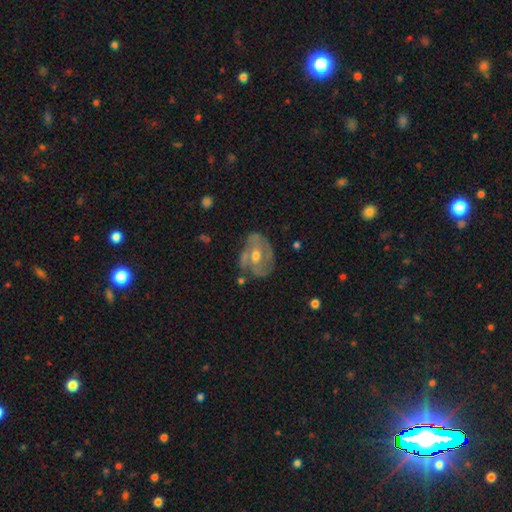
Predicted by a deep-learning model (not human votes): Overall: featured or disk (71%). Edge-on disk: no (96%). Bar: no (51%; weak 35%). Spiral arms: yes (65%; no 35%). Bulge size: moderate (70%). Merging: none (55%; minor disturbance 25%).